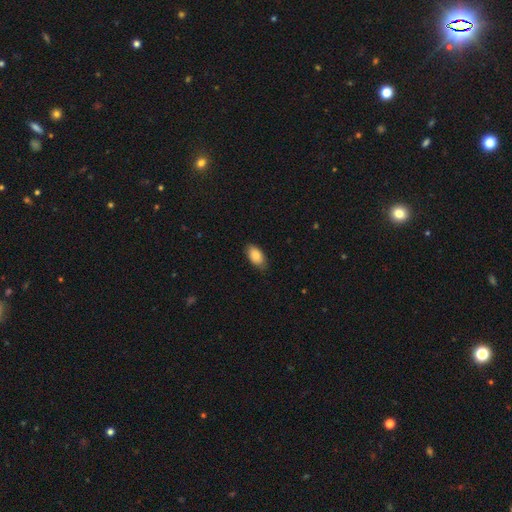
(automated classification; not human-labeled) Overall: smooth (86%). How rounded: in between (93%). Merging: none (82%).